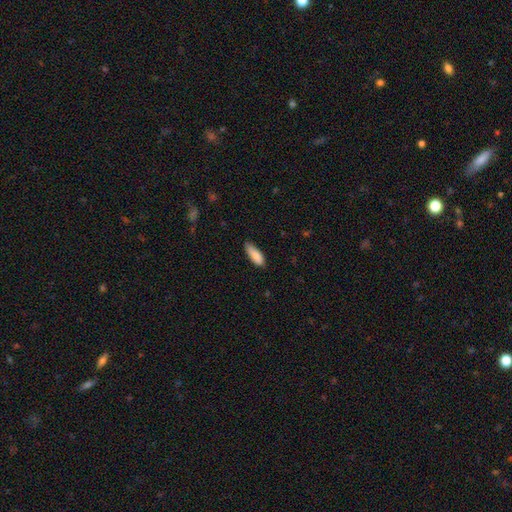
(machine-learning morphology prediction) Smooth or featured? smooth (86%)
How rounded? in between (68%)
Merging? none (68%)